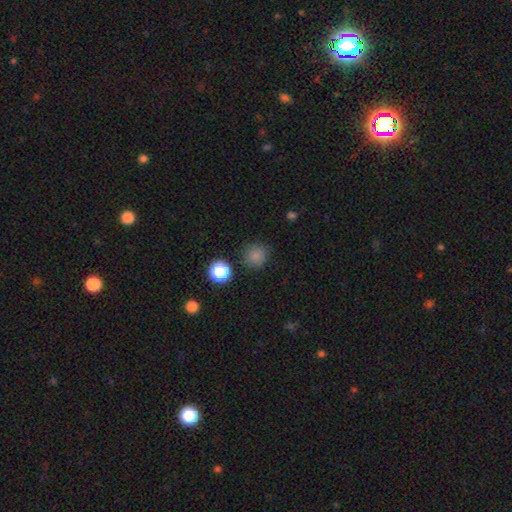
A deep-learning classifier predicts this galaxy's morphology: A smooth galaxy with no disk features (80%) that is round (91%).

Vote fractions:
- Smooth or featured? smooth: 80% / star or artifact: 16% / featured or disk: 5%
- How rounded? round: 91% / in between: 8% / cigar-shaped: 1%
- Merging? none: 81% / minor disturbance: 12% / major disturbance: 4% / merger: 3%